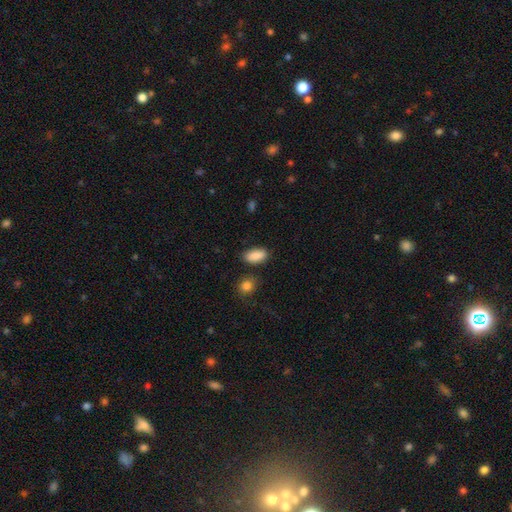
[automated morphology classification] A smooth galaxy with no disk features (89%) that is in between round and cigar-shaped (91%).

Vote fractions:
- Smooth or featured? smooth: 89% / star or artifact: 7% / featured or disk: 4%
- How rounded? in between: 91% / cigar-shaped: 6% / round: 4%
- Merging? none: 82% / minor disturbance: 12% / merger: 3% / major disturbance: 3%